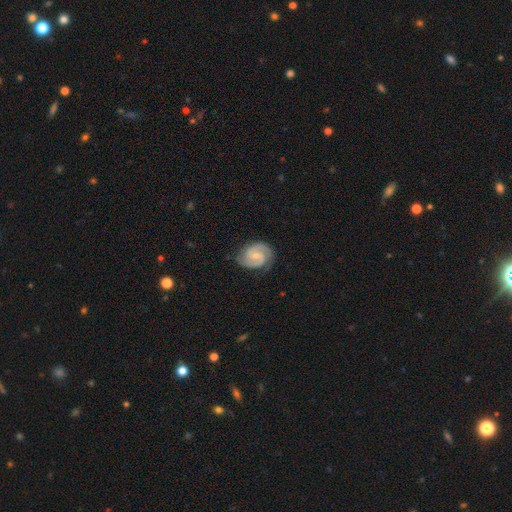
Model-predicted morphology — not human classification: Q: Smooth or featured?
A: featured or disk (87%); runner-up: smooth (8%)
Q: Edge-on disk?
A: no (98%); runner-up: yes (2%)
Q: Bar?
A: weak (52%); runner-up: no (37%)
Q: Spiral arms?
A: yes (98%); runner-up: no (2%)
Q: Spiral winding?
A: medium (46%); runner-up: tight (45%)
Q: Spiral arm count?
A: 2 (90%); runner-up: can't tell (3%)
Q: Bulge size?
A: small (60%); runner-up: moderate (26%)
Q: Merging?
A: none (79%); runner-up: minor disturbance (16%)